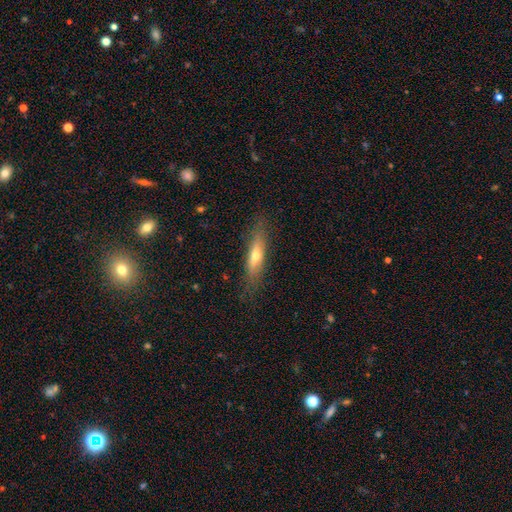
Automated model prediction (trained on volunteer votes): Overall: smooth (52%; featured or disk 41%). How rounded: cigar-shaped (71%). Merging: none (81%).